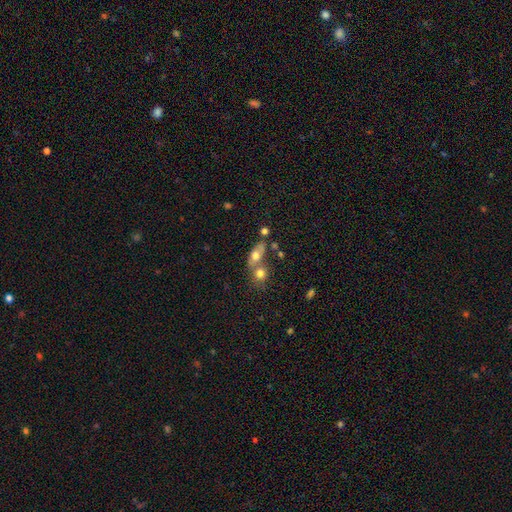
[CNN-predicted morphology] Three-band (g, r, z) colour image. It shows a smooth galaxy with no disk features (66%) that is in between round and cigar-shaped (68%). Merging: merger (54%).